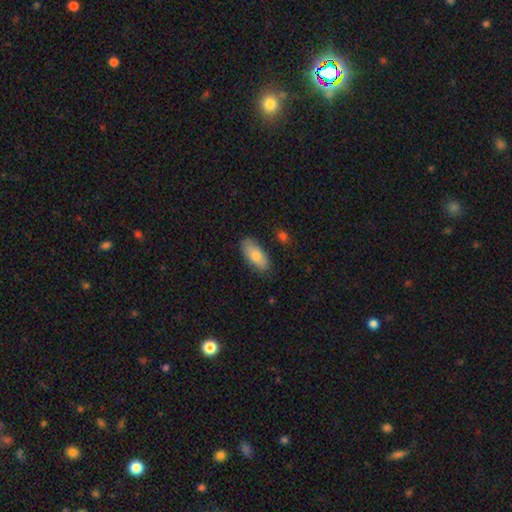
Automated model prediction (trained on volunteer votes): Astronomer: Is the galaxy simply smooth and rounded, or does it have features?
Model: smooth — 77%.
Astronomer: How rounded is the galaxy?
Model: in between — 87%.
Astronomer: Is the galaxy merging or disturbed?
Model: none — 81%.